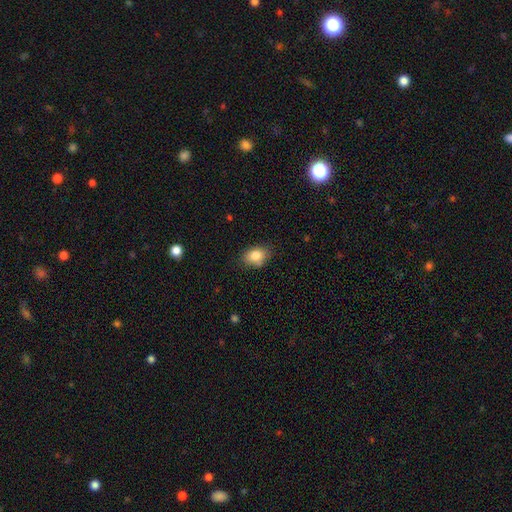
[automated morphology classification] smooth-or-featured: smooth: 83% | star or artifact: 9% | featured or disk: 8%
  how-rounded: in between: 70% | round: 29% | cigar-shaped: 1%
  merging: none: 75% | minor disturbance: 19% | major disturbance: 3% | merger: 3%